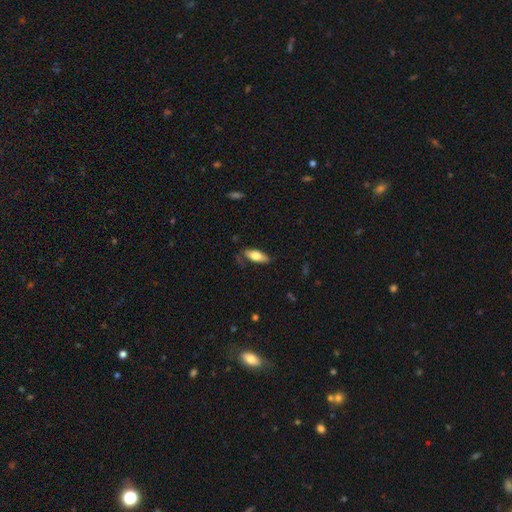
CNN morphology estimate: Overall: smooth (67%). How rounded: in between (73%). Merging: none (69%).